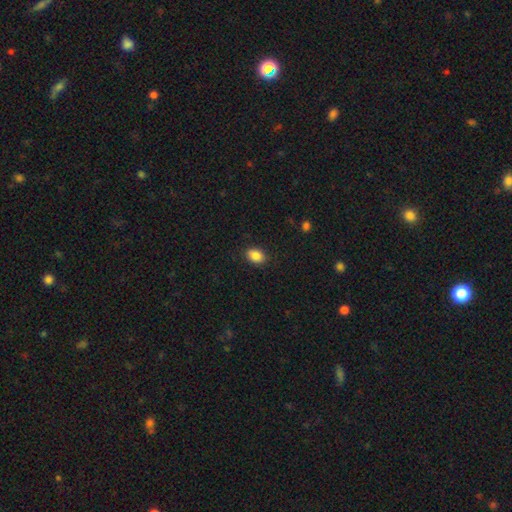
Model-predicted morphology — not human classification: This is clearly a smooth galaxy (86%). How rounded: likely in between (75%). Merging: clearly none (88%).